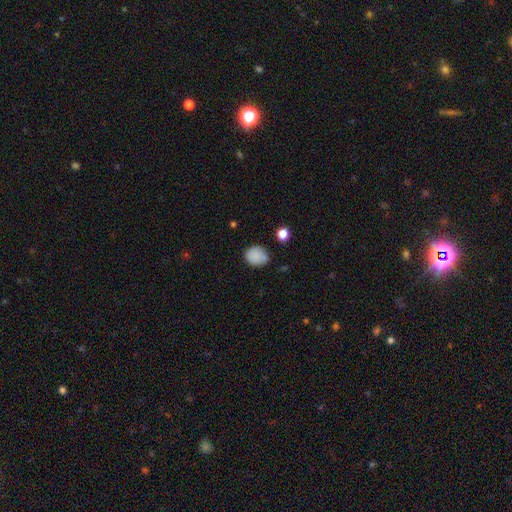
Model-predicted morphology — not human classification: A smooth galaxy with no disk features (83%) that is round (67%).

Vote fractions:
- Smooth or featured? smooth: 83% / star or artifact: 9% / featured or disk: 8%
- How rounded? round: 67% / in between: 32% / cigar-shaped: 1%
- Merging? none: 66% / minor disturbance: 24% / major disturbance: 6% / merger: 5%